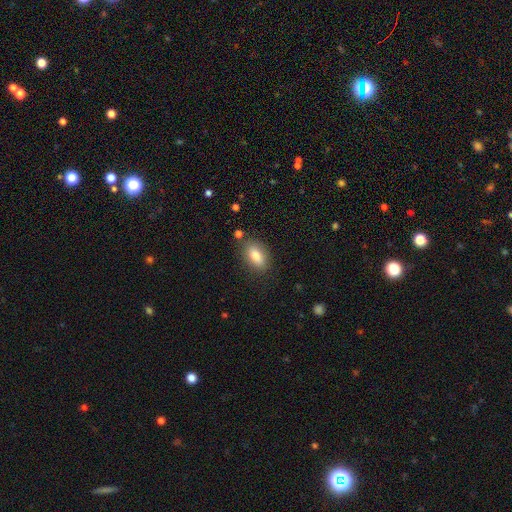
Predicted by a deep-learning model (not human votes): The model was most divided on "merging": none: 81%, minor disturbance: 12%, merger: 4%, major disturbance: 3%. More confident: how rounded — in between (87%); smooth or featured — smooth (82%).